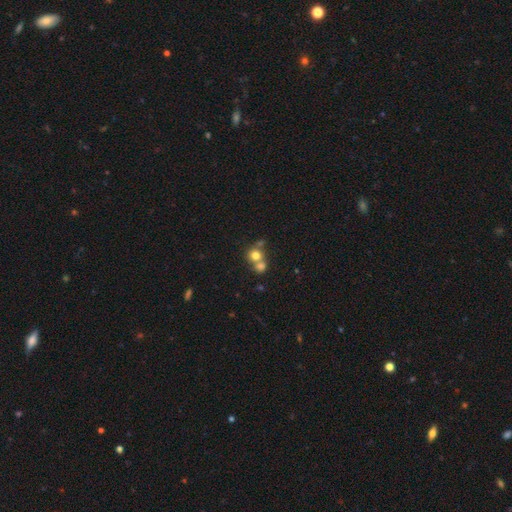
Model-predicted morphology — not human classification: Smooth or featured?
  - smooth: 75% *
  - featured or disk: 13%
  - star or artifact: 12%
How rounded?
  - round: 85% *
  - in between: 14%
  - cigar-shaped: 1%
Merging?
  - merger: 53% *
  - none: 38%
  - minor disturbance: 6%
  - major disturbance: 3%